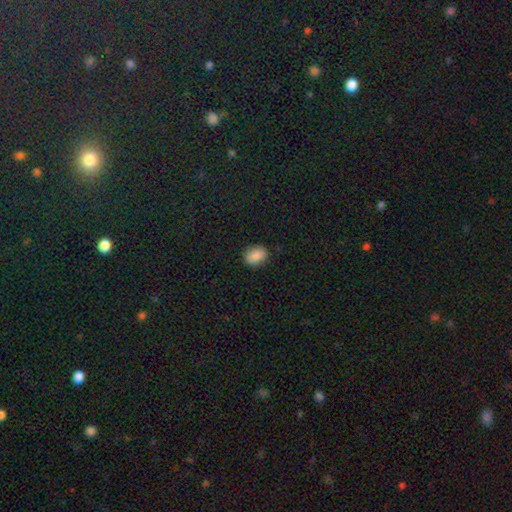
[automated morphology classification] Overall: smooth (87%). How rounded: in between (67%; round 31%). Merging: none (86%).